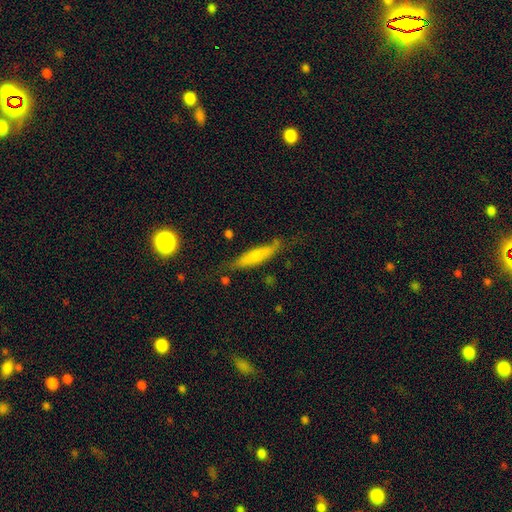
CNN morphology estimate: This appears to be a smooth galaxy with no disk features (60%) that is cigar-shaped (81%). Merging: none (62%).